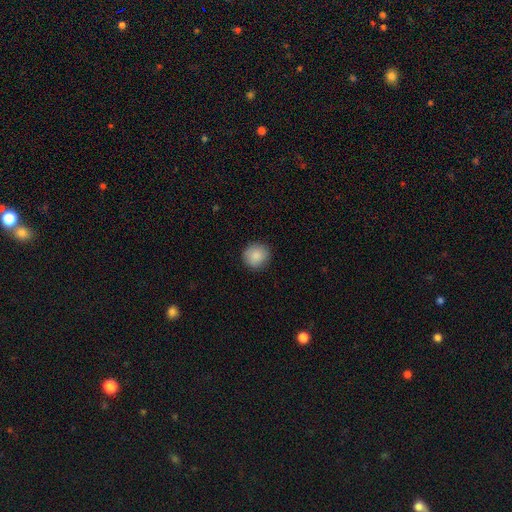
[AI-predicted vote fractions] Overall: smooth (88%). How rounded: round (92%). Merging: none (90%).